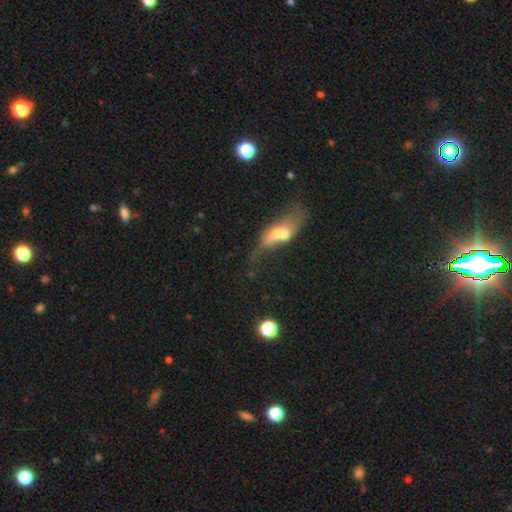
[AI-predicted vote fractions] Smooth or featured: featured or disk — 60% (smooth — 26%)
Edge-on disk: no — 75% (yes — 25%)
Merging: none — 36% (major disturbance — 31%)